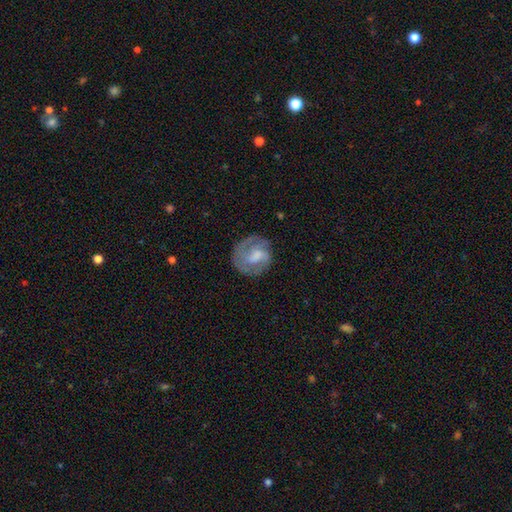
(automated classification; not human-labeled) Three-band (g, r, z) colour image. It shows a featured or disk galaxy (62%) with a weak bar (49%), 2 (44%) medium (41%) spiral arms (83%) and a moderate central bulge (35%). Merging: none (68%).